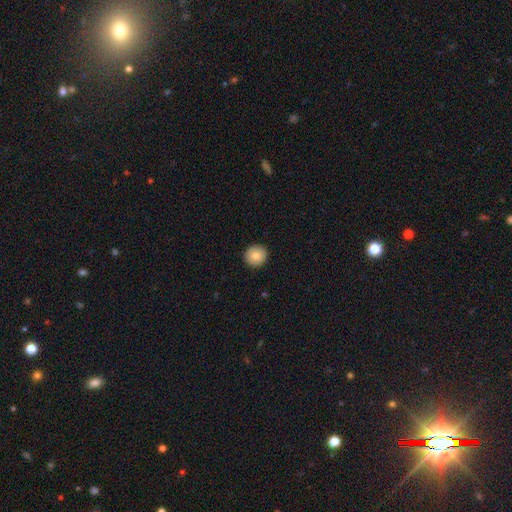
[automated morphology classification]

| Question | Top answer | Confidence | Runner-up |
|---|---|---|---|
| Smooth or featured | smooth | 81% | featured or disk (11%) |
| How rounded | round | 93% | in between (6%) |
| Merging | none | 92% | minor disturbance (5%) |